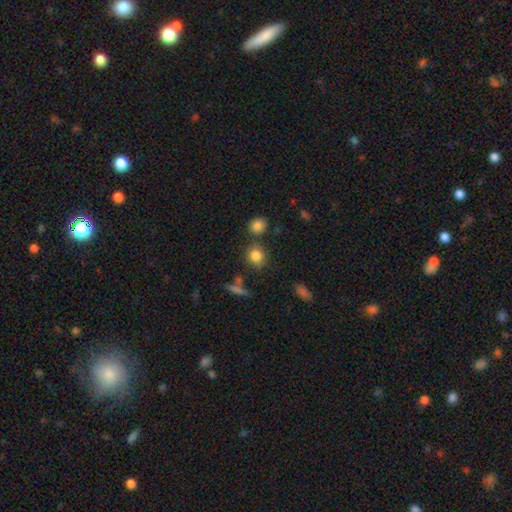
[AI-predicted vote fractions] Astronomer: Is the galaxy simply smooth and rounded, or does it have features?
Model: smooth — 83%.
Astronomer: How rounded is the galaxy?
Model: round — 79%.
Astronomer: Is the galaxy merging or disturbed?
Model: none — 77%.